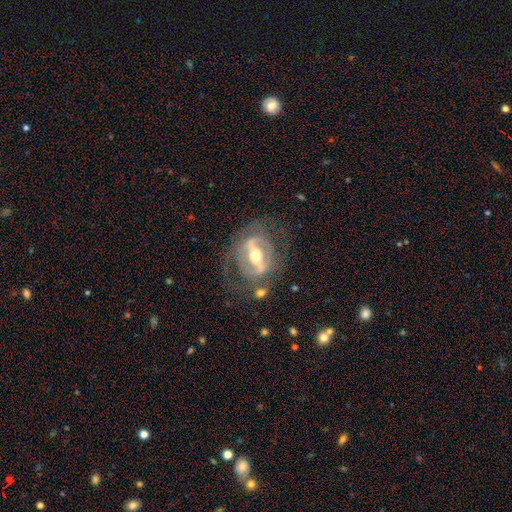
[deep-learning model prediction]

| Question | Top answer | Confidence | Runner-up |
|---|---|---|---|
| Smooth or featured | featured or disk | 82% | smooth (12%) |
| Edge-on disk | no | 88% | yes (12%) |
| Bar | strong | 72% | weak (19%) |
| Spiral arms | yes | 53% | no (47%) |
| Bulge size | moderate | 71% | small (18%) |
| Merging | none | 65% | minor disturbance (17%) |